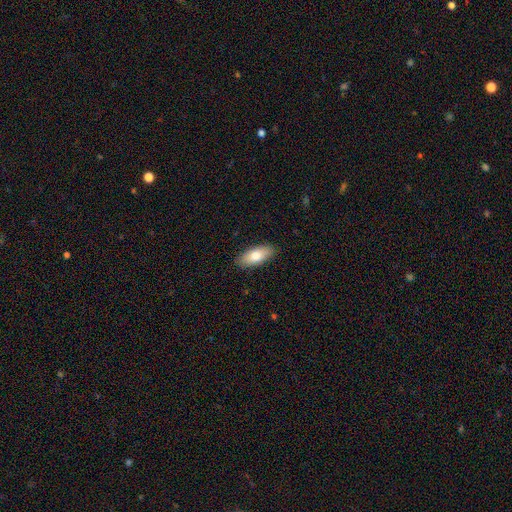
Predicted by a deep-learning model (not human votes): Morphology: type=smooth (78%); roundness=in between (85%); merging=none (89%).